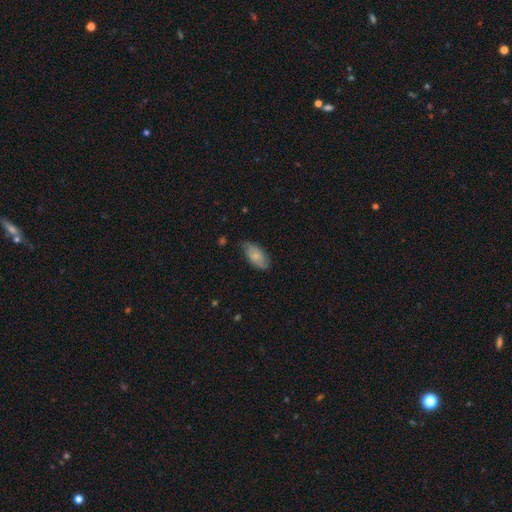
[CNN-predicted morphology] The model was most divided on "merging": none: 67%, minor disturbance: 27%, major disturbance: 5%, merger: 1%. More confident: how rounded — in between (91%); smooth or featured — smooth (67%).